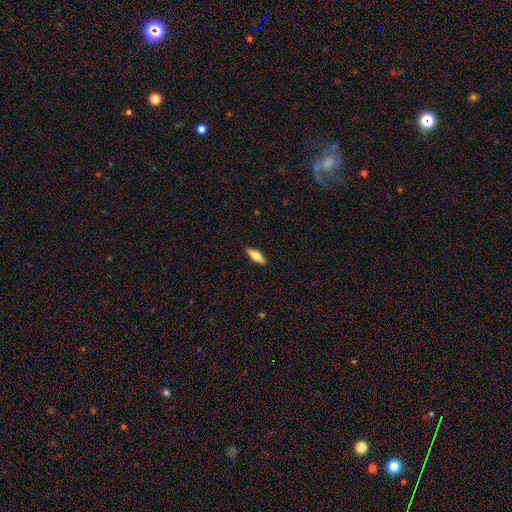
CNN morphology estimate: A smooth galaxy with no disk features (60%) that is in between round and cigar-shaped (57%).

Vote fractions:
- Smooth or featured? smooth: 60% / featured or disk: 34% / star or artifact: 6%
- How rounded? in between: 57% / cigar-shaped: 41% / round: 3%
- Merging? none: 89% / minor disturbance: 9% / major disturbance: 2% / merger: 1%